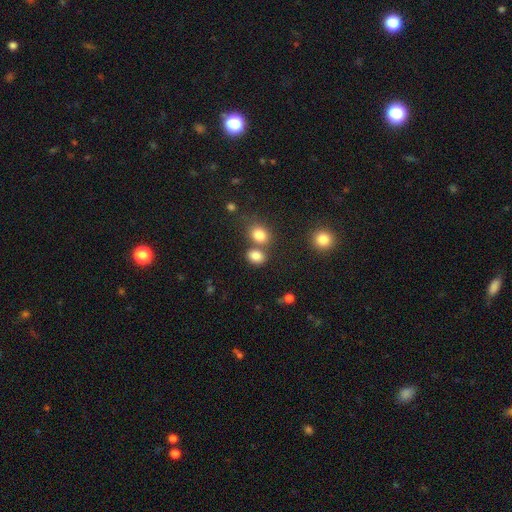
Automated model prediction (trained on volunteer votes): Q: Smooth or featured?
A: smooth (82%); runner-up: star or artifact (11%)
Q: How rounded?
A: in between (59%); runner-up: round (40%)
Q: Merging?
A: none (57%); runner-up: merger (30%)